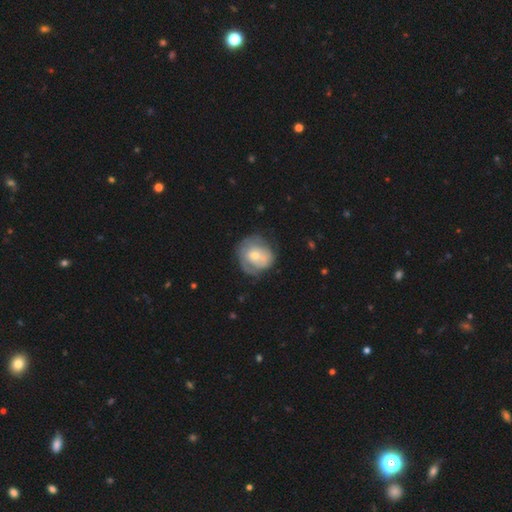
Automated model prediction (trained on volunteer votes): smooth_or_featured: smooth (p=0.49) [alt: featured or disk p=0.45]
merging: none (p=0.59) [alt: minor disturbance p=0.26]